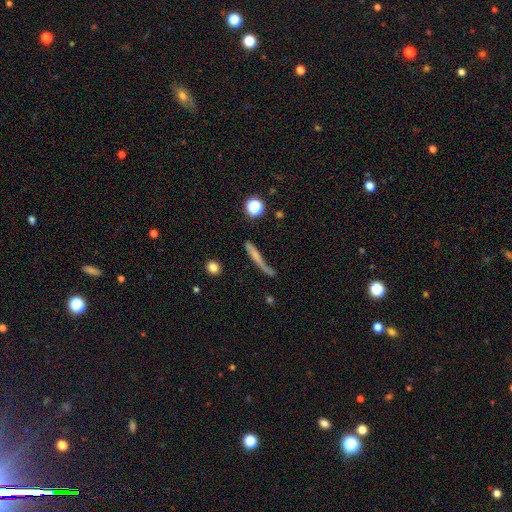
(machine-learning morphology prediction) type=smooth (54%); roundness=cigar-shaped (88%); merging=none (48%).